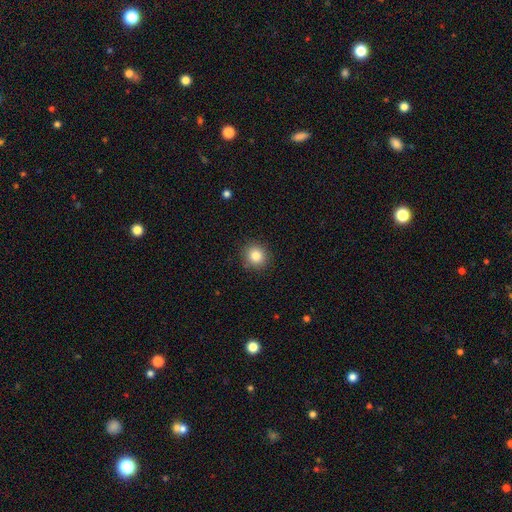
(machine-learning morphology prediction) A smooth galaxy with no disk features (83%) that is round (89%). Merging: none (89%).